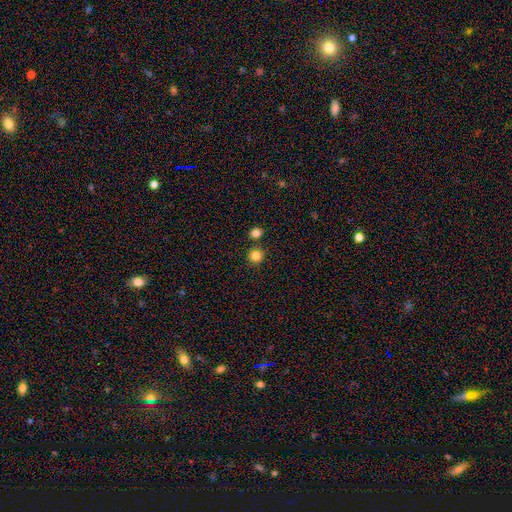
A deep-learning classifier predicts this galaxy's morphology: This appears to be a smooth galaxy with no disk features (84%) that is round (92%). Merging: none (82%).